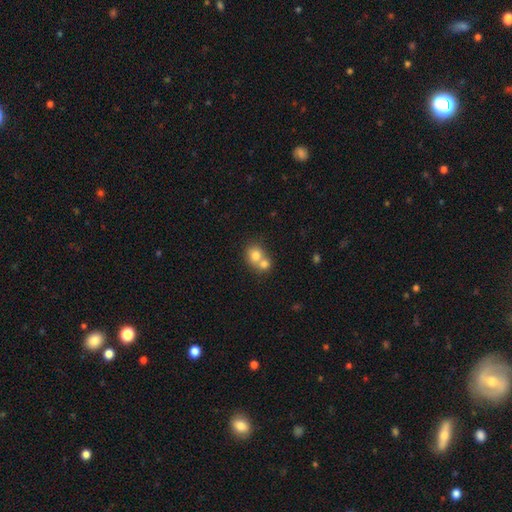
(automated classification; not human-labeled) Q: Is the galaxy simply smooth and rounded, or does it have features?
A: smooth — 75%.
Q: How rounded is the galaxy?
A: round — 73%.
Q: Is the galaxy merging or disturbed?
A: merger — 65%.